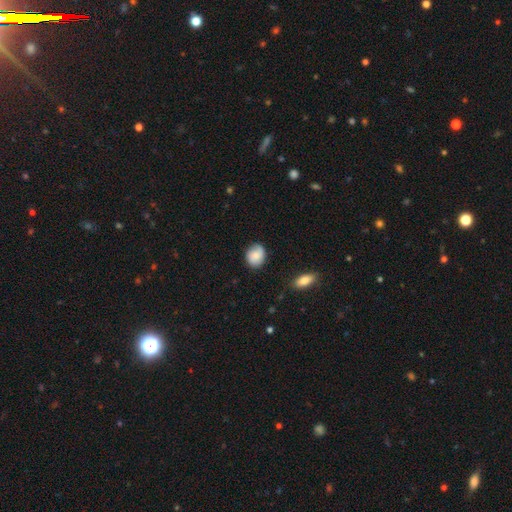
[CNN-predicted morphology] The model was most divided on "how rounded": round: 57%, in between: 42%, cigar-shaped: 1%. More confident: merging — none (74%); smooth or featured — smooth (74%).